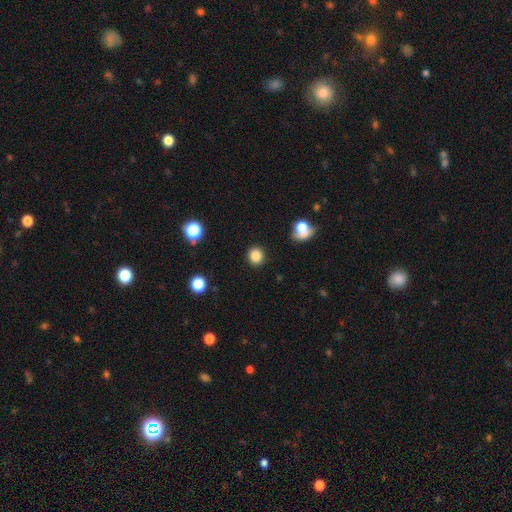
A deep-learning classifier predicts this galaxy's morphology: The model was most divided on "how rounded": round: 86%, in between: 13%, cigar-shaped: 1%. More confident: merging — none (90%); smooth or featured — smooth (85%).